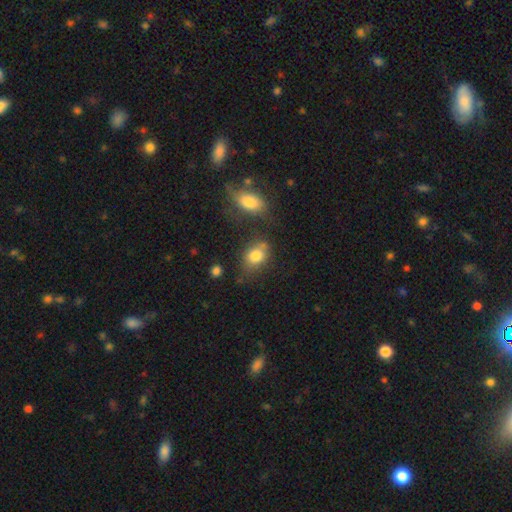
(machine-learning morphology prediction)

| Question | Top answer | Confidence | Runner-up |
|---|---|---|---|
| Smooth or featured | smooth | 81% | featured or disk (10%) |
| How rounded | in between | 69% | round (29%) |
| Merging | none | 57% | minor disturbance (21%) |